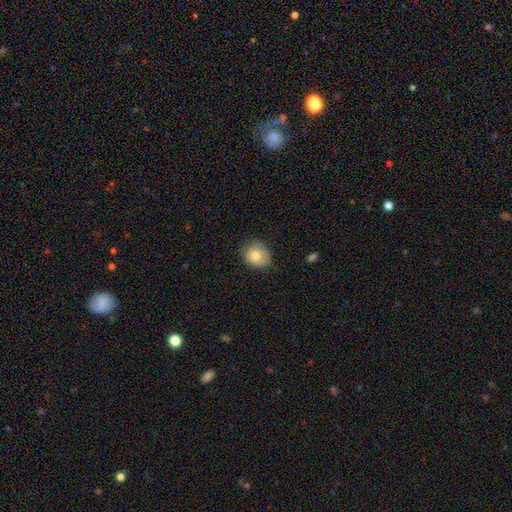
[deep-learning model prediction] The model was most divided on "how rounded": round: 65%, in between: 34%, cigar-shaped: 1%. More confident: smooth or featured — smooth (77%); merging — none (72%).